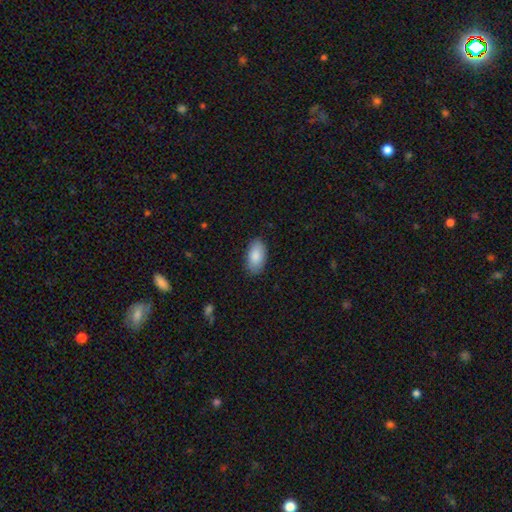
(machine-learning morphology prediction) Overall: smooth (87%). How rounded: in between (95%). Merging: none (86%).